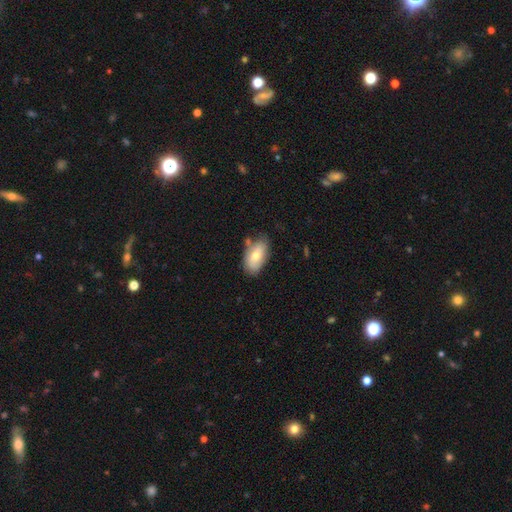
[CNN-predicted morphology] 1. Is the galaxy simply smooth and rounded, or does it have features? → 68% smooth, 25% featured or disk, 7% star or artifact.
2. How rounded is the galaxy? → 93% in between, 4% round, 3% cigar-shaped.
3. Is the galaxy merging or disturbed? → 67% none, 22% minor disturbance, 6% merger, 5% major disturbance.